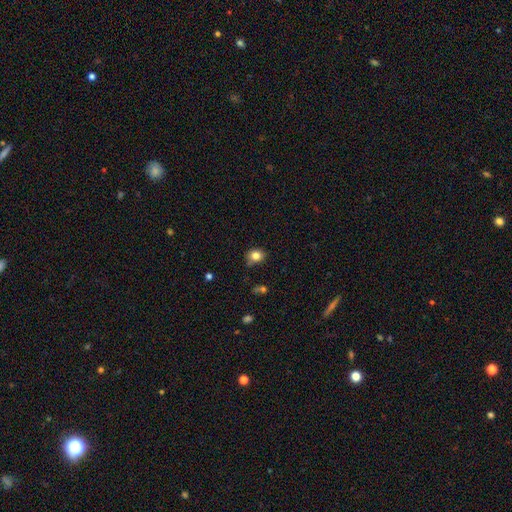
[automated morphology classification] Smooth or featured?
  - smooth: 82% *
  - star or artifact: 11%
  - featured or disk: 7%
How rounded?
  - round: 65% *
  - in between: 34%
  - cigar-shaped: 1%
Merging?
  - none: 69% *
  - minor disturbance: 23%
  - major disturbance: 5%
  - merger: 3%